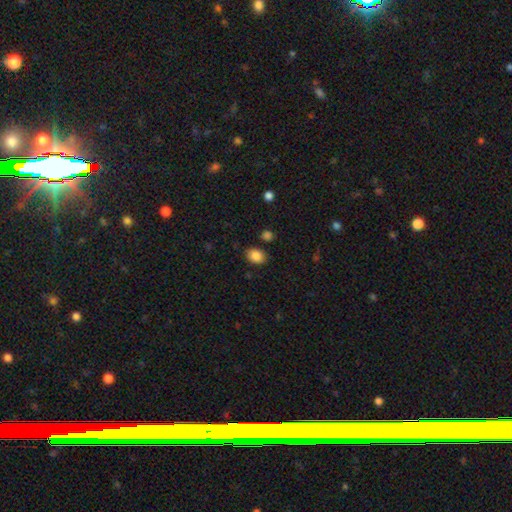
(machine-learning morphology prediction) type=smooth (86%); roundness=in between (63%); merging=none (82%).